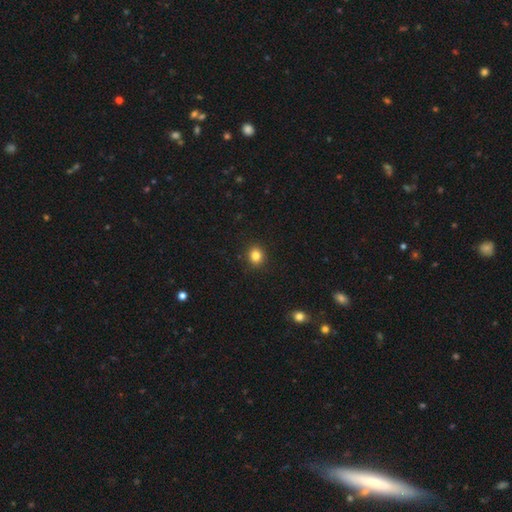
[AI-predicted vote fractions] Morphology: type=smooth (84%); roundness=round (81%); merging=none (91%).